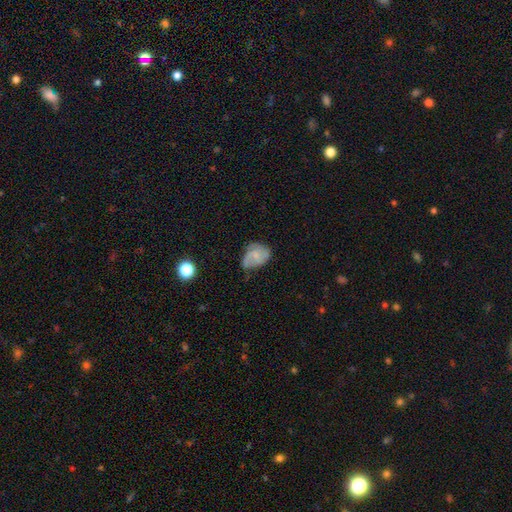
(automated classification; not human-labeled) Morphology: type=featured or disk (46%, tied with smooth); merging=minor disturbance (38%).